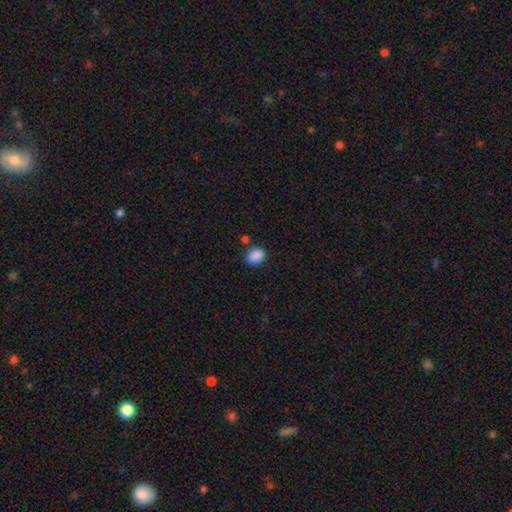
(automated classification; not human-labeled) A smooth galaxy with no disk features (88%) that is in between round and cigar-shaped (70%). Merging: none (76%).